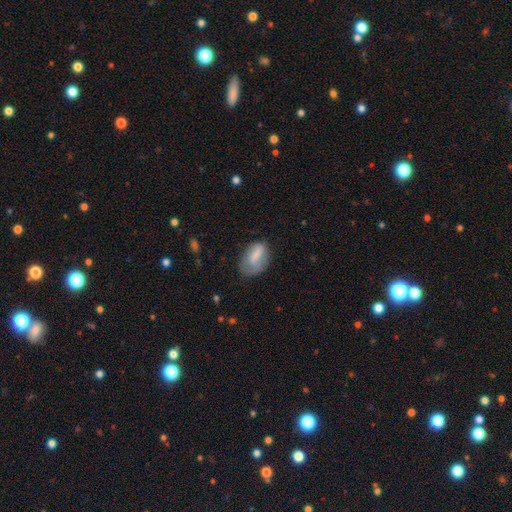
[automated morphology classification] Smooth or featured: smooth — 69% (featured or disk — 23%)
How rounded: in between — 89% (round — 8%)
Merging: none — 55% (minor disturbance — 30%)